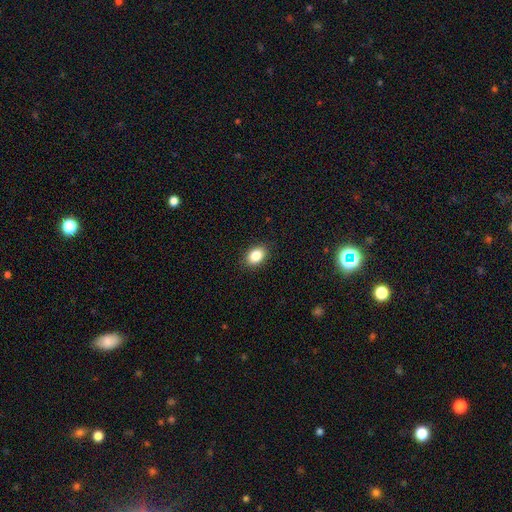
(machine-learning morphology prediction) type=smooth (85%); roundness=in between (76%); merging=none (89%).